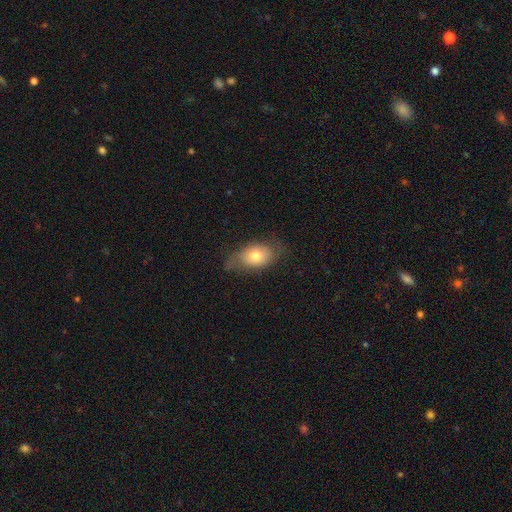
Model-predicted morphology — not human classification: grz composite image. It shows a smooth galaxy with no disk features (69%) that is in between round and cigar-shaped (80%). Merging: none (53%).